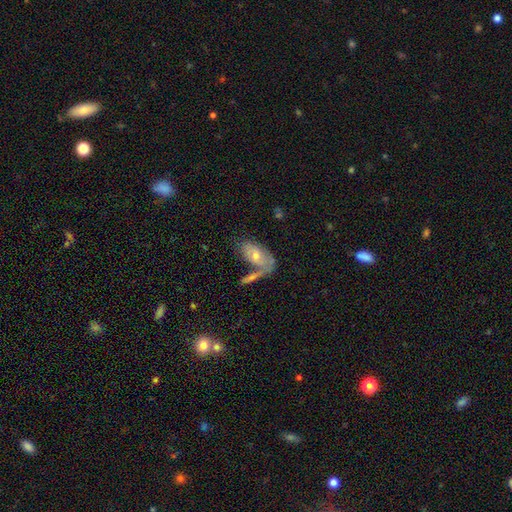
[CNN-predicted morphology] Smooth or featured? Predicted: smooth (p=0.51). How rounded? Predicted: in between (p=0.88). Merging? Predicted: none (p=0.43).